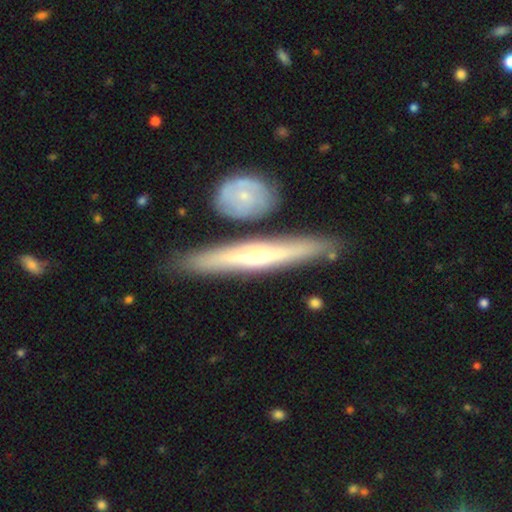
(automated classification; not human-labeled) smooth-or-featured: featured or disk: 62% | smooth: 32% | star or artifact: 6%
  disk-edge-on: yes: 89% | no: 11%
    edge-on-bulge: rounded: 64% | none: 31% | boxy: 5%
  merging: none: 81% | minor disturbance: 10% | merger: 7% | major disturbance: 2%